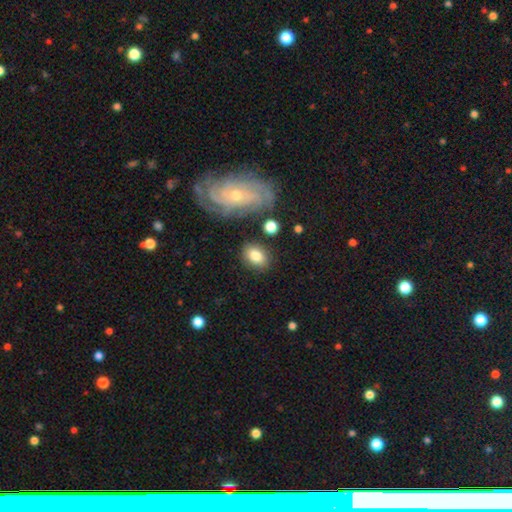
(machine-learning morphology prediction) This appears to be a smooth galaxy with no disk features (80%) that is in between round and cigar-shaped (70%). Merging: none (79%).